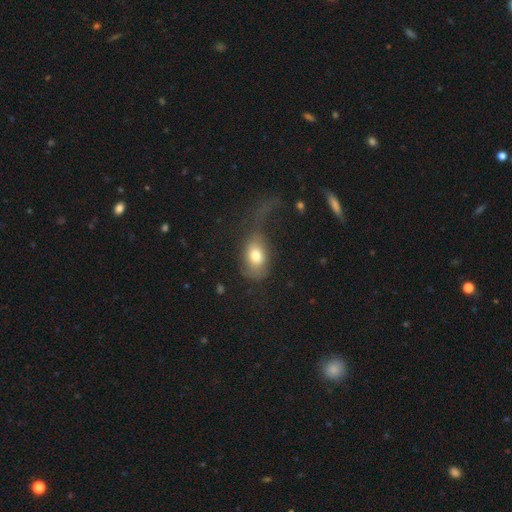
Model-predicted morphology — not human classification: smooth-or-featured: smooth: 74% | featured or disk: 18% | star or artifact: 8%
  how-rounded: in between: 82% | round: 16% | cigar-shaped: 2%
  merging: major disturbance: 46% | none: 29% | minor disturbance: 21% | merger: 4%